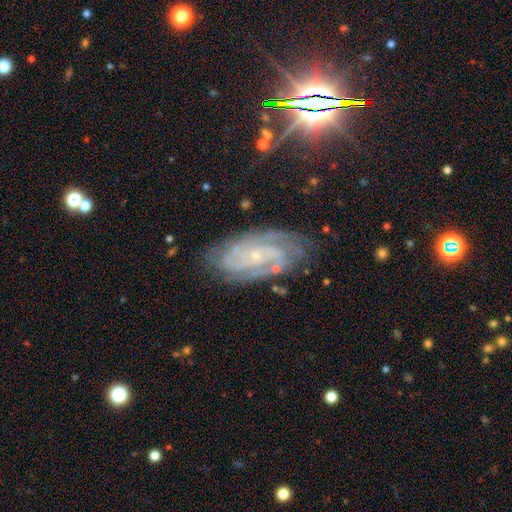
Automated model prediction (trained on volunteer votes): Smooth or featured? Predicted: featured or disk (p=0.85). Edge-on disk? Predicted: no (p=0.96). Bar? Predicted: no (p=0.65). Spiral arms? Predicted: yes (p=0.97). Spiral winding? Predicted: tight (p=0.67). Spiral arm count? Predicted: 2 (p=0.28). Bulge size? Predicted: small (p=0.82). Merging? Predicted: none (p=0.76).